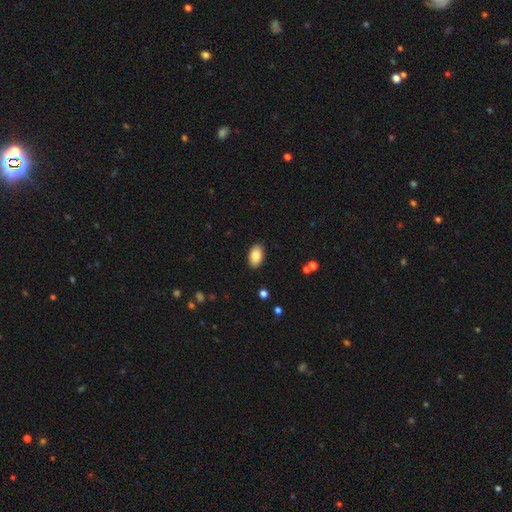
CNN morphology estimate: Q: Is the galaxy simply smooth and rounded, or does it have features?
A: smooth — 86%.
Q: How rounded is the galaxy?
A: in between — 93%.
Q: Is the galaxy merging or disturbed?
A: none — 89%.